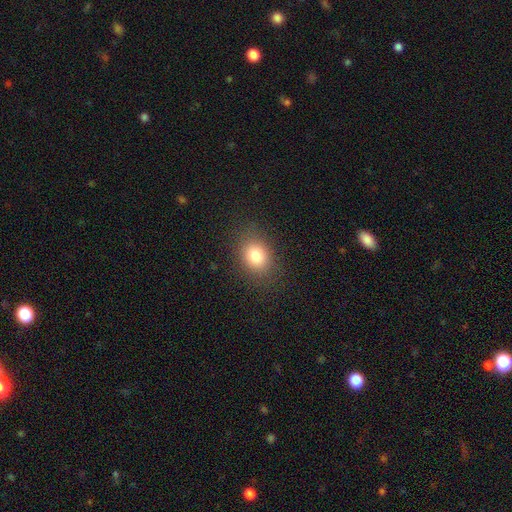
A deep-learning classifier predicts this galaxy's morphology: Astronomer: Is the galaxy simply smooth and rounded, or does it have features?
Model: smooth — 80%.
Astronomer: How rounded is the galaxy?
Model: in between — 53% (runner-up: round, 46%).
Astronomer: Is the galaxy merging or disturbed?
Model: none — 84%.